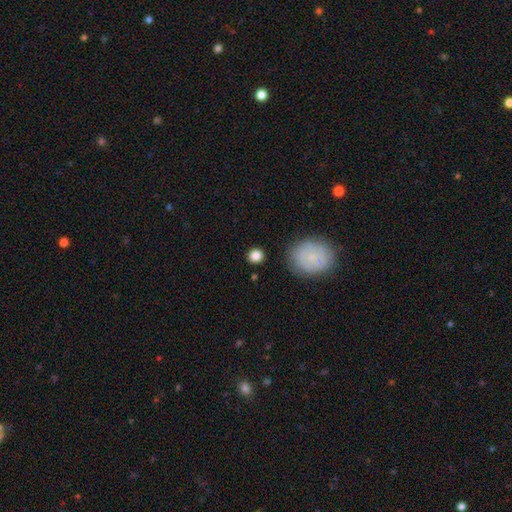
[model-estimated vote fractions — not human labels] smooth 85%, star or artifact 9%, featured or disk 5%. Down the decision tree: how rounded — round (88%); merging — none (87%).